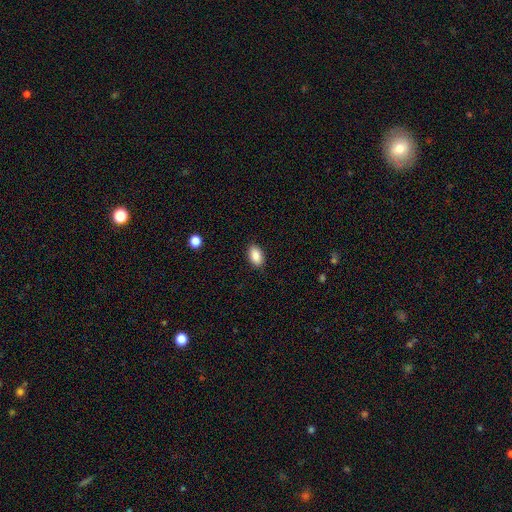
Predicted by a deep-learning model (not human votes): Smooth or featured? smooth (88%)
How rounded? in between (92%)
Merging? none (88%)